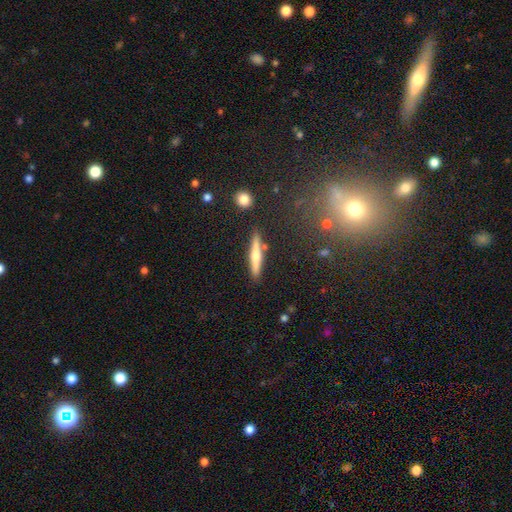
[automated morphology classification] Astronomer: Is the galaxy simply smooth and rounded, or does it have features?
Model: featured or disk — 48% (runner-up: smooth, 44%).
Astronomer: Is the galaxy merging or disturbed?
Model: none — 87%.